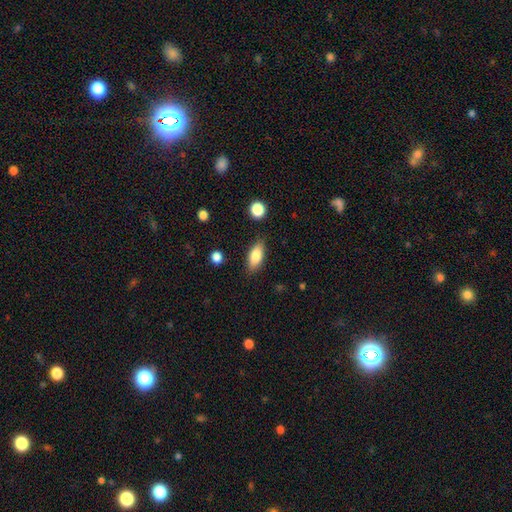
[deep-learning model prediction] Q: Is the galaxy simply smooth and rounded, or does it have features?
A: smooth — 83%.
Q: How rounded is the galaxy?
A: in between — 84%.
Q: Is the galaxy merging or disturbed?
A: none — 84%.